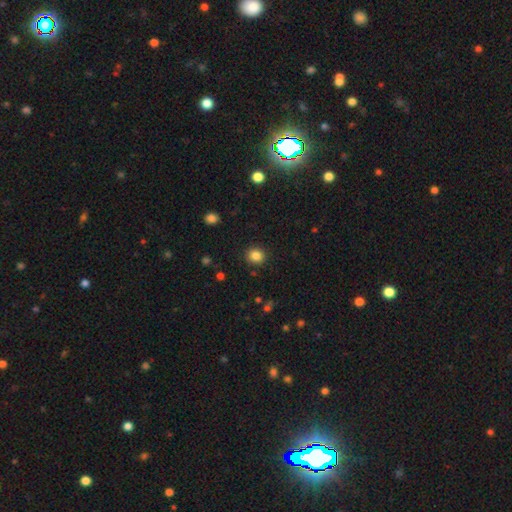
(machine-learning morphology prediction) smooth 85%, star or artifact 11%, featured or disk 4%. Down the decision tree: how rounded — round (85%); merging — none (90%).